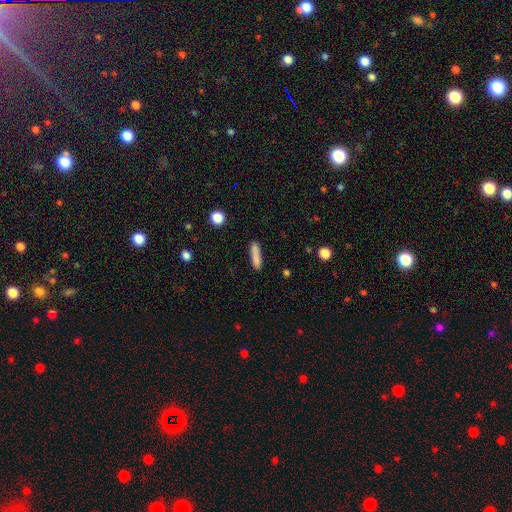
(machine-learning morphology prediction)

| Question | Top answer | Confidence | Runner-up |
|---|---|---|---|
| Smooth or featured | smooth | 85% | featured or disk (8%) |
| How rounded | cigar-shaped | 83% | in between (15%) |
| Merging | none | 85% | minor disturbance (10%) |